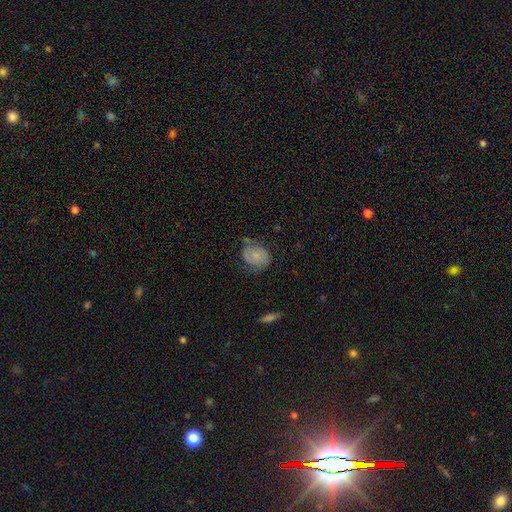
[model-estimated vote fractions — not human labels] smooth 50%, featured or disk 42%, star or artifact 8%. Down the decision tree: merging — none (57%).